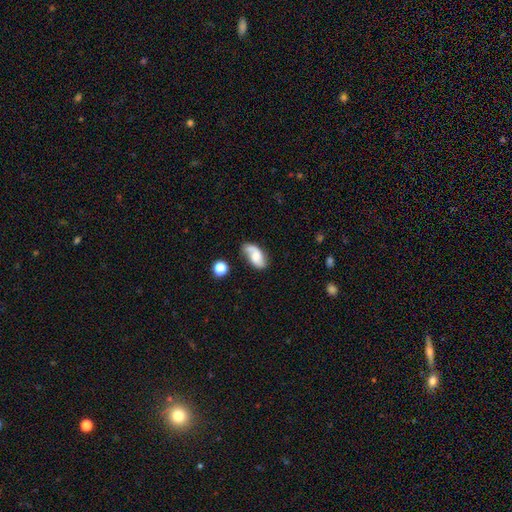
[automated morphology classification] featured or disk 50%, smooth 41%, star or artifact 9%. Down the decision tree: edge-on disk — no (95%); merging — none (53%).